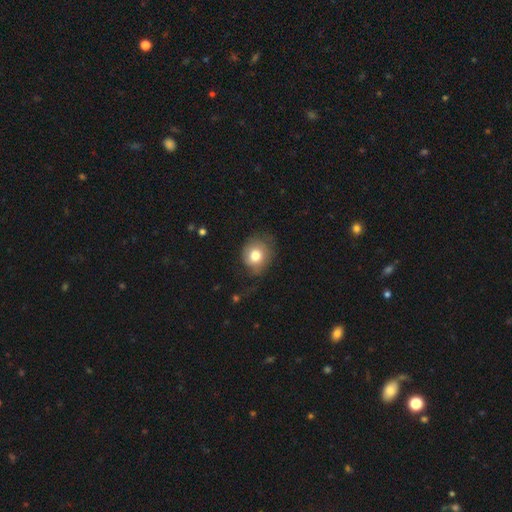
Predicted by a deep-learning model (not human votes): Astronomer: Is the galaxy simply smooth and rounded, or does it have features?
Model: smooth — 77%.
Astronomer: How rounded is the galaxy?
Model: round — 72%.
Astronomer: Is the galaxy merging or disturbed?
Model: none — 59%.